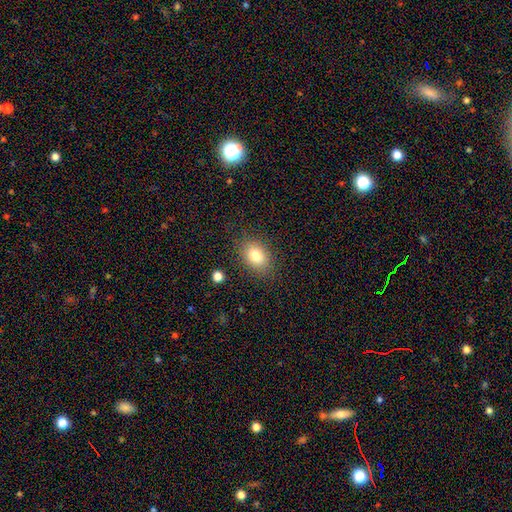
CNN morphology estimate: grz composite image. It shows a smooth galaxy with no disk features (81%) that is in between round and cigar-shaped (73%). Merging: none (84%).